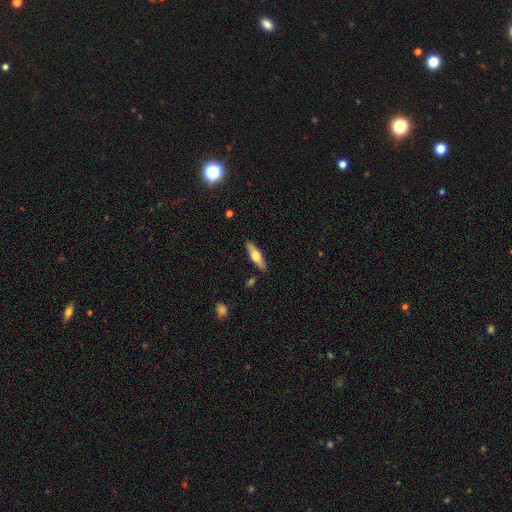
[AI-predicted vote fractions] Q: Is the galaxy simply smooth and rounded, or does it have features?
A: smooth — 53%.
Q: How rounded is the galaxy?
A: cigar-shaped — 61%.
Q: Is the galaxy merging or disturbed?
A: none — 88%.